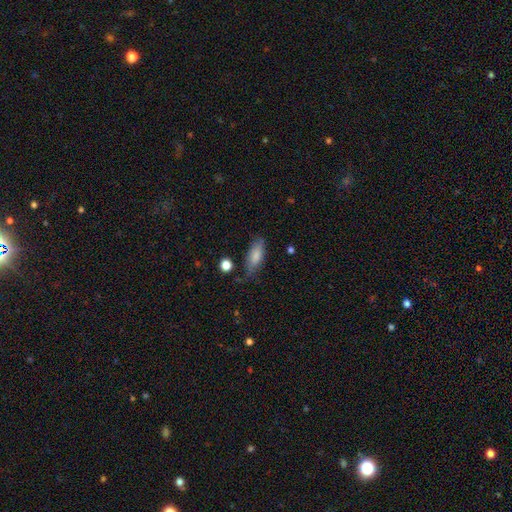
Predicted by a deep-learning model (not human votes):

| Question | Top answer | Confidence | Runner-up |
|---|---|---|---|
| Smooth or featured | smooth | 80% | featured or disk (13%) |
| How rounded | in between | 71% | cigar-shaped (26%) |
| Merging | none | 66% | minor disturbance (24%) |